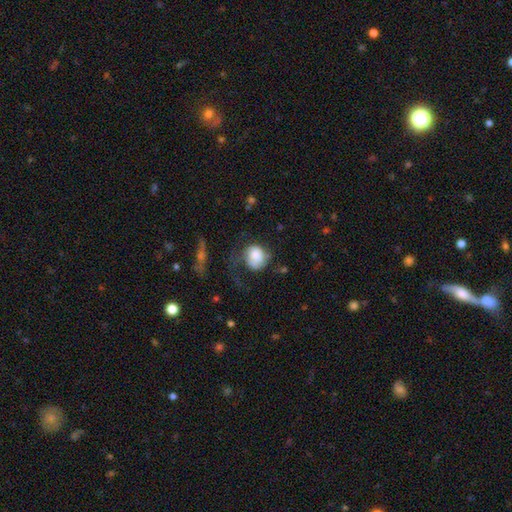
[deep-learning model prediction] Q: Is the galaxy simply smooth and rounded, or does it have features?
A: smooth — 67%.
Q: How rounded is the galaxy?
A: round — 69%.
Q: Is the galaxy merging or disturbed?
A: major disturbance — 37%.